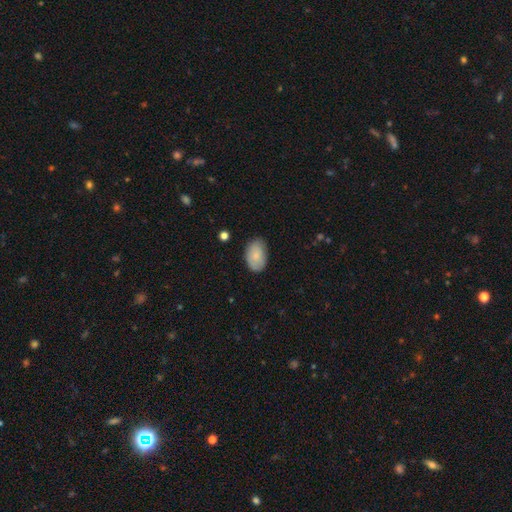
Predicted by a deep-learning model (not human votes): Smooth or featured?
  - smooth: 83% *
  - featured or disk: 11%
  - star or artifact: 6%
How rounded?
  - in between: 91% *
  - round: 8%
  - cigar-shaped: 1%
Merging?
  - none: 78% *
  - minor disturbance: 18%
  - major disturbance: 3%
  - merger: 1%